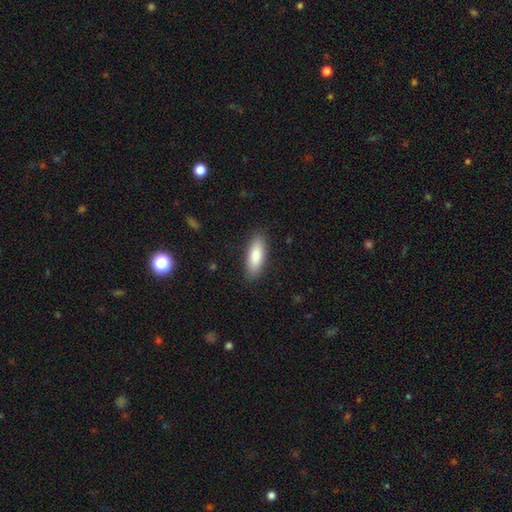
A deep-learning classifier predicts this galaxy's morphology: Smooth or featured?
  - smooth: 85% *
  - featured or disk: 9%
  - star or artifact: 6%
How rounded?
  - in between: 67% *
  - cigar-shaped: 31%
  - round: 2%
Merging?
  - none: 87% *
  - minor disturbance: 9%
  - major disturbance: 2%
  - merger: 1%